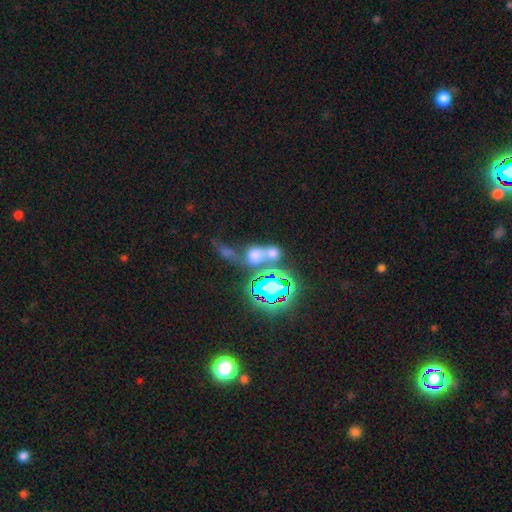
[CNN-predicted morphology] smooth_or_featured: smooth (p=0.44) [alt: star or artifact p=0.36]
merging: merger (p=0.58) [alt: none p=0.24]